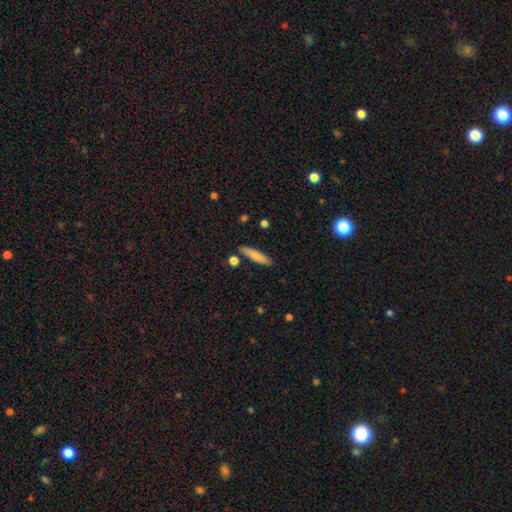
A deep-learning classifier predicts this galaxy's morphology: type=smooth (77%); roundness=cigar-shaped (86%); merging=none (84%).